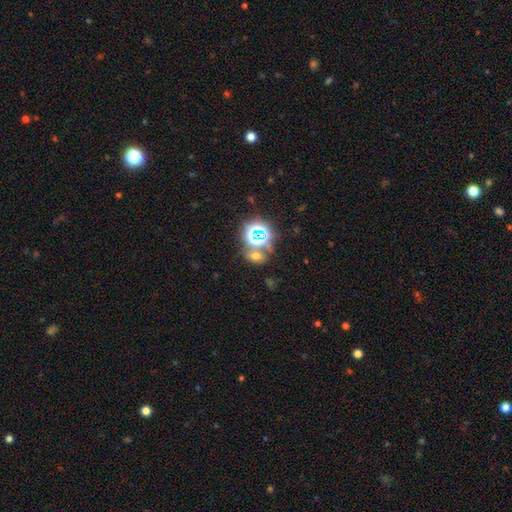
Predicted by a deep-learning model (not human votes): Smooth or featured: smooth — 49% (star or artifact — 41%)
Merging: none — 62% (merger — 22%)